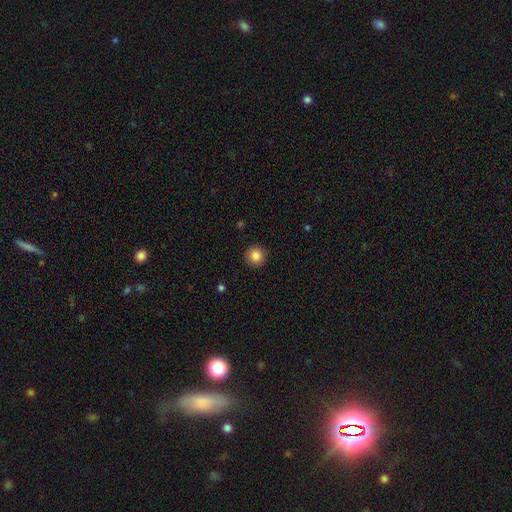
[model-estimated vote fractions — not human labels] Q: Smooth or featured?
A: smooth (85%); runner-up: star or artifact (10%)
Q: How rounded?
A: round (95%); runner-up: in between (4%)
Q: Merging?
A: none (93%); runner-up: minor disturbance (5%)